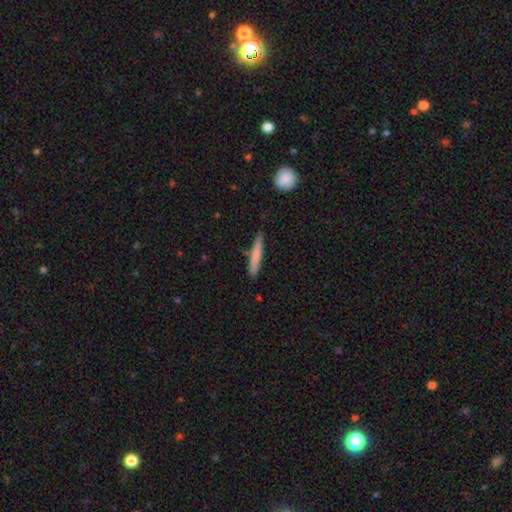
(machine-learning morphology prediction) type=smooth (74%); roundness=cigar-shaped (95%); merging=none (85%).